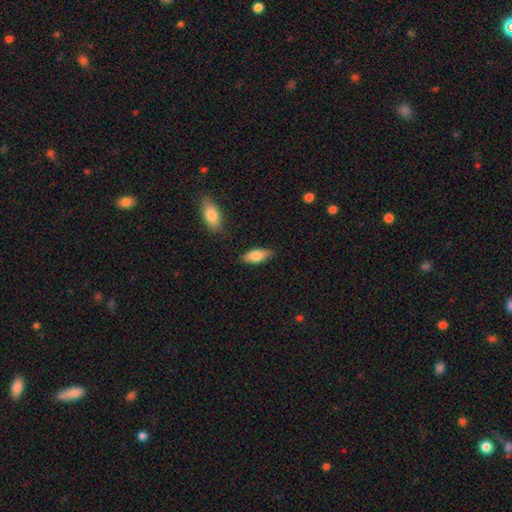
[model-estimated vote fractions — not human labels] Smooth or featured: smooth — 79% (featured or disk — 15%)
How rounded: in between — 82% (cigar-shaped — 16%)
Merging: none — 81% (minor disturbance — 13%)